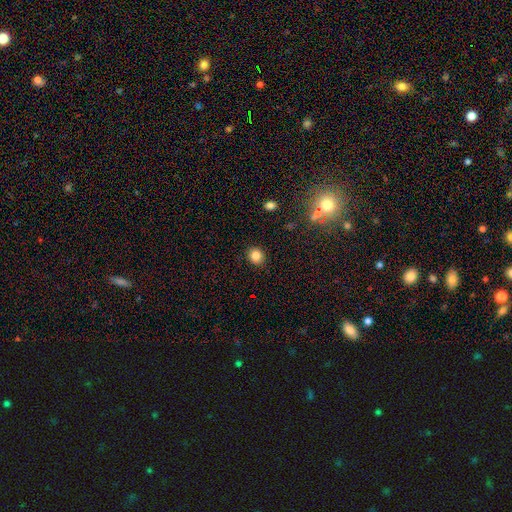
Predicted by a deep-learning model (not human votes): The model was most divided on "how rounded": round: 82%, in between: 17%, cigar-shaped: 1%. More confident: merging — none (90%); smooth or featured — smooth (83%).